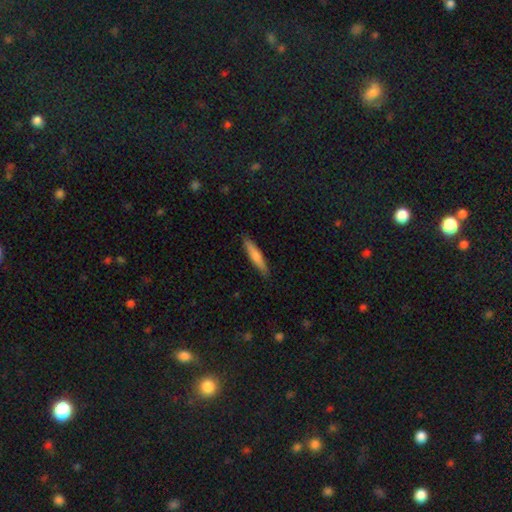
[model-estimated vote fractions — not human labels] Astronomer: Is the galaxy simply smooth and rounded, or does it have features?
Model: smooth — 74%.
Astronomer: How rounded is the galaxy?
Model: cigar-shaped — 86%.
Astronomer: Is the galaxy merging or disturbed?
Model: none — 86%.